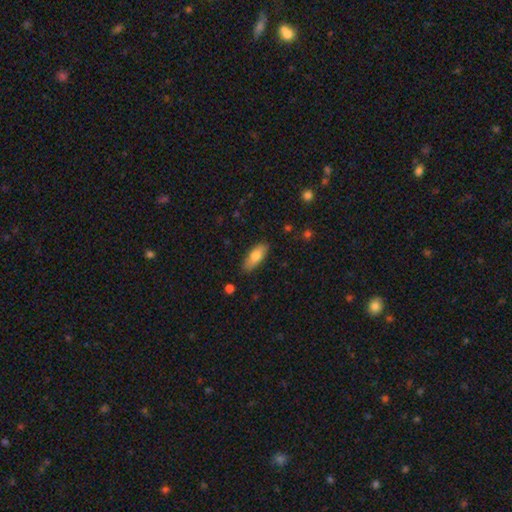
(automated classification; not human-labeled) The model was most divided on "how rounded": in between: 74%, cigar-shaped: 23%, round: 2%. More confident: merging — none (84%); smooth or featured — smooth (76%).